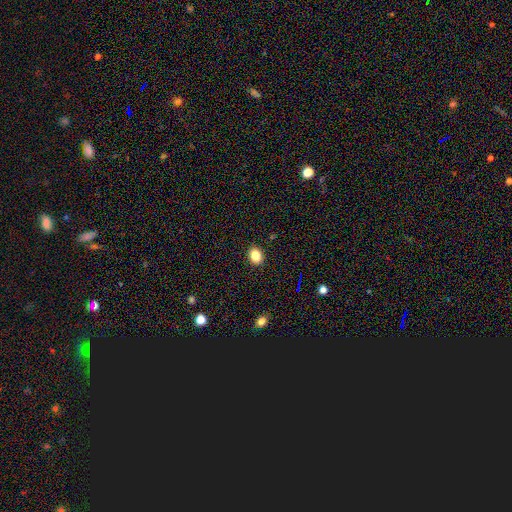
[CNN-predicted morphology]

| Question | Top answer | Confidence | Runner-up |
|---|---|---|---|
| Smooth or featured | smooth | 84% | star or artifact (11%) |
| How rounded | round | 54% | in between (45%) |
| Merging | none | 91% | minor disturbance (6%) |